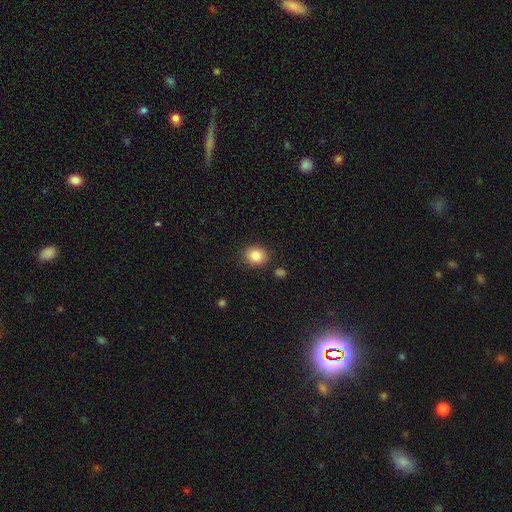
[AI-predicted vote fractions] smooth_or_featured: smooth (p=0.85) [alt: star or artifact p=0.09]
how_rounded: round (p=0.65) [alt: in between p=0.34]
merging: none (p=0.86) [alt: minor disturbance p=0.09]